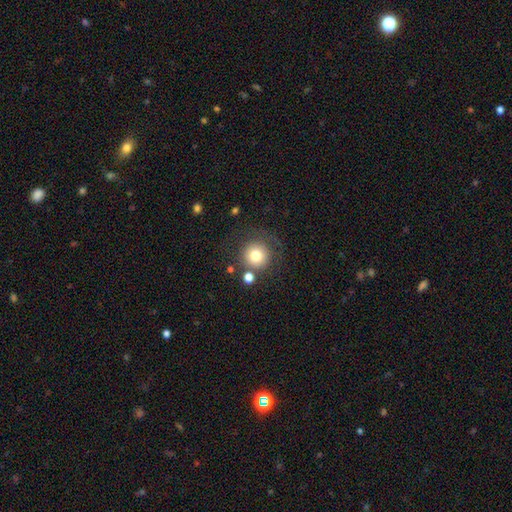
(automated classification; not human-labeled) Smooth or featured?
  - smooth: 77% *
  - featured or disk: 11%
  - star or artifact: 11%
How rounded?
  - round: 94% *
  - in between: 5%
  - cigar-shaped: 1%
Merging?
  - none: 73% *
  - minor disturbance: 11%
  - merger: 9%
  - major disturbance: 6%